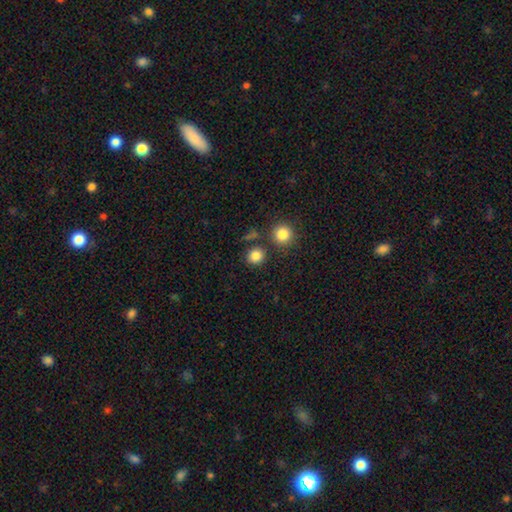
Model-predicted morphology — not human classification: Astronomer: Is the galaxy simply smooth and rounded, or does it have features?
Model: smooth — 84%.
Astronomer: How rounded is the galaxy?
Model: round — 86%.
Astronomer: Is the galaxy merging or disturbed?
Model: none — 79%.